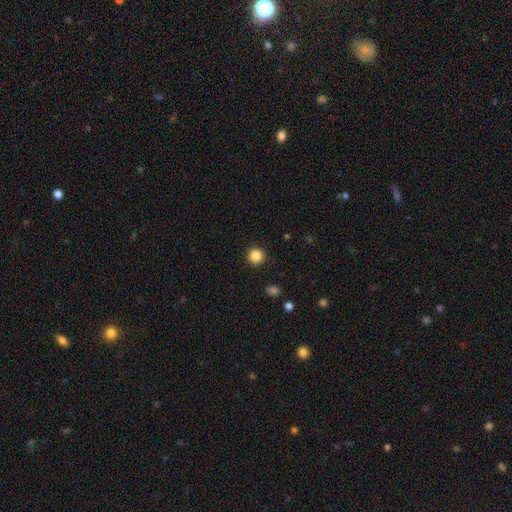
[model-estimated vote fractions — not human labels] Smooth or featured: smooth — 86% (star or artifact — 11%)
How rounded: round — 95% (in between — 4%)
Merging: none — 91% (minor disturbance — 6%)